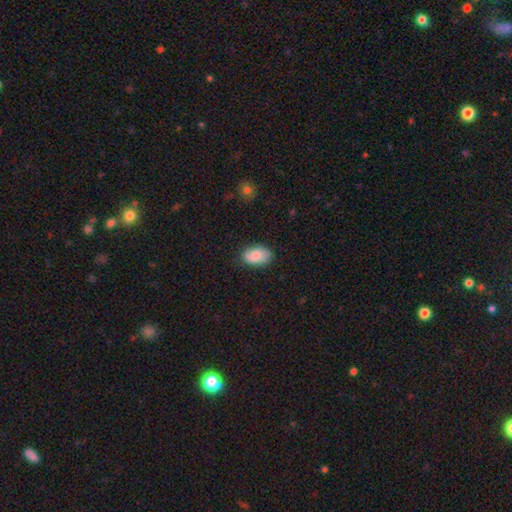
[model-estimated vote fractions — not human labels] This is clearly a smooth galaxy (82%). How rounded: clearly in between (92%). Merging: likely none (80%).